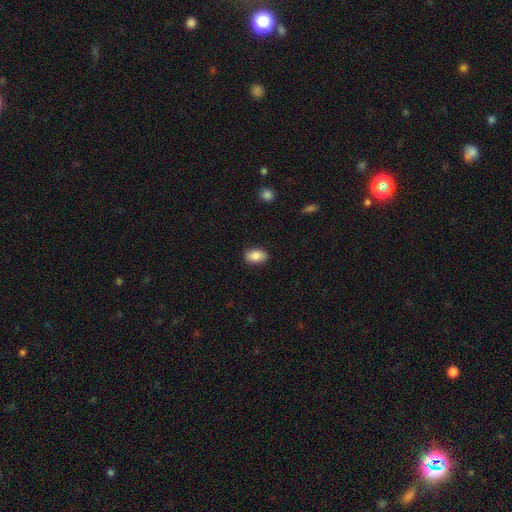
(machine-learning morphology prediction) The model was most divided on "merging": none: 86%, minor disturbance: 11%, major disturbance: 2%, merger: 1%. More confident: how rounded — in between (88%); smooth or featured — smooth (85%).